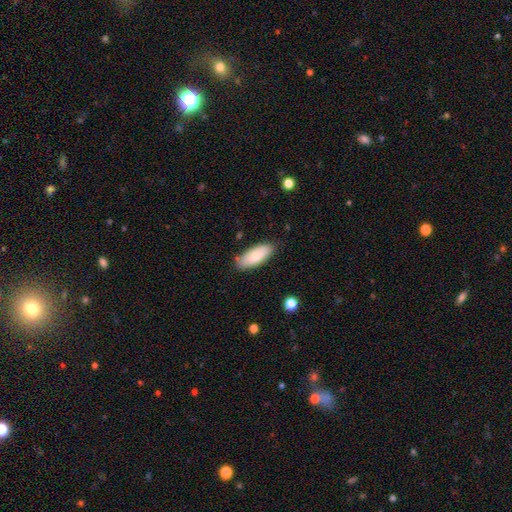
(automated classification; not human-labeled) A smooth galaxy with no disk features (81%) that is in between round and cigar-shaped (82%). Merging: none (82%).